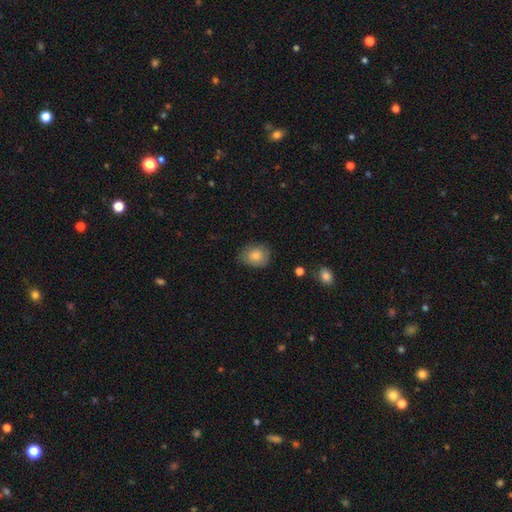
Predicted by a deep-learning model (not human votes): Morphology: type=smooth (80%); roundness=round (55%); merging=none (70%).